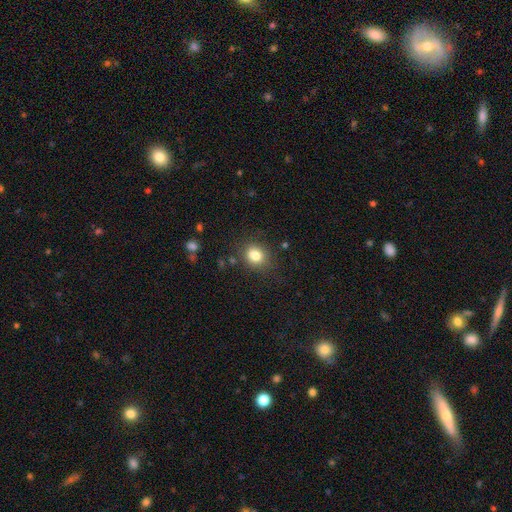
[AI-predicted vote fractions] smooth_or_featured: smooth (p=0.82) [alt: star or artifact p=0.11]
how_rounded: round (p=0.61) [alt: in between p=0.38]
merging: none (p=0.80) [alt: minor disturbance p=0.13]